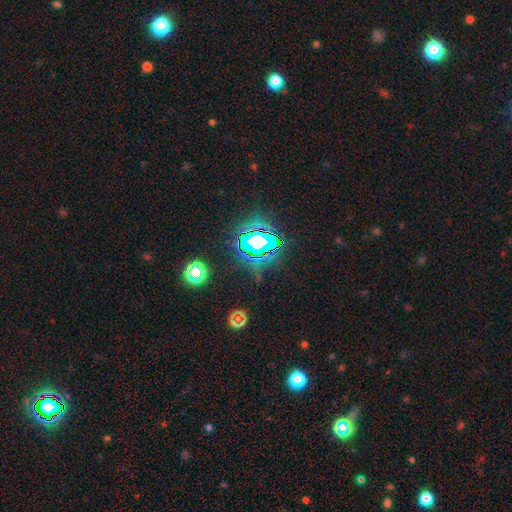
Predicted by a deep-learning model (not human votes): This appears to be a star or artifact, not a galaxy (83%).